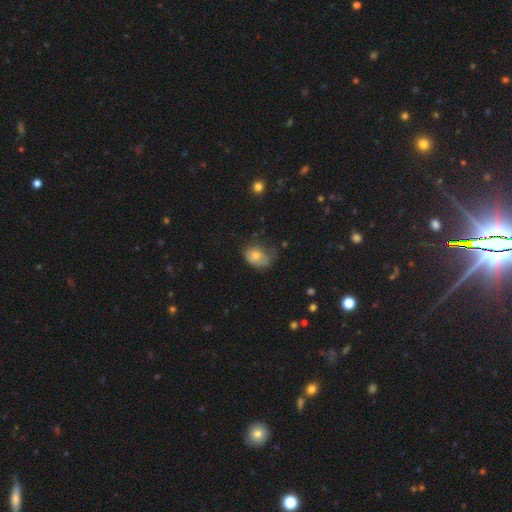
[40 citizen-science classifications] smooth_or_featured: smooth (p=0.68) [alt: featured or disk p=0.30]
how_rounded: in between (p=0.93) [alt: round p=0.07]
merging: none (p=0.46) [alt: minor disturbance p=0.31]